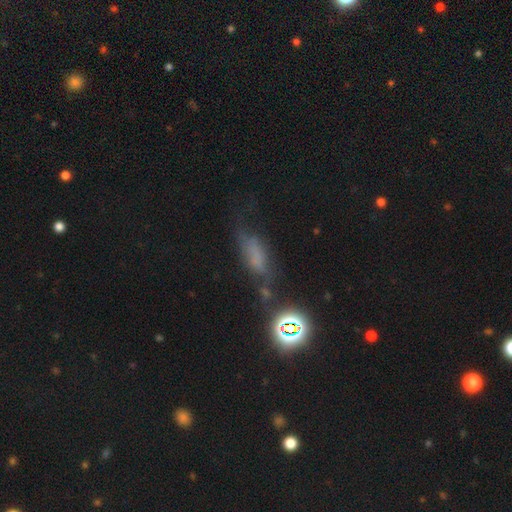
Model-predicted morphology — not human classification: Smooth or featured: smooth — 49% (star or artifact — 26%)
Merging: none — 44% (minor disturbance — 27%)